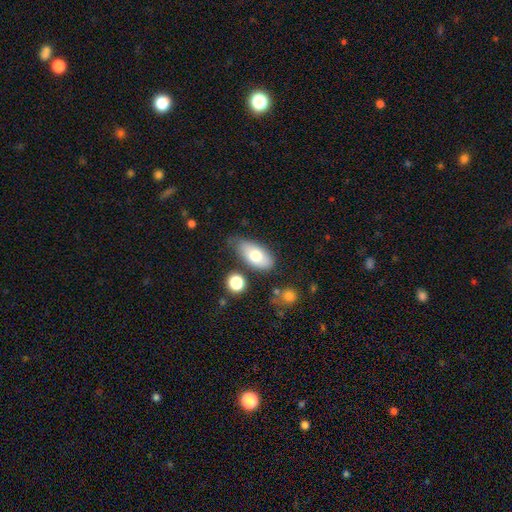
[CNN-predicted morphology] Smooth or featured? Predicted: smooth (p=0.72). How rounded? Predicted: in between (p=0.90). Merging? Predicted: none (p=0.67).